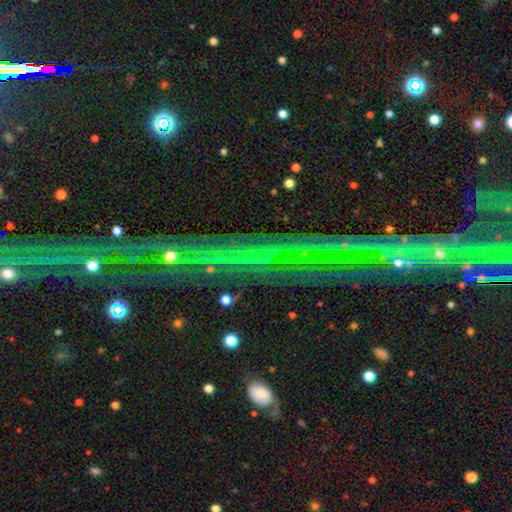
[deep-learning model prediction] Smooth or featured?
  - star or artifact: 76% *
  - featured or disk: 13%
  - smooth: 11%